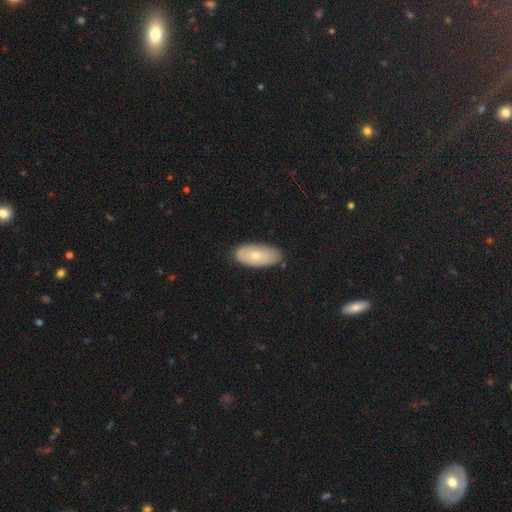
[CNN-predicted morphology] Smooth or featured? Predicted: smooth (p=0.65). How rounded? Predicted: in between (p=0.92). Merging? Predicted: none (p=0.80).